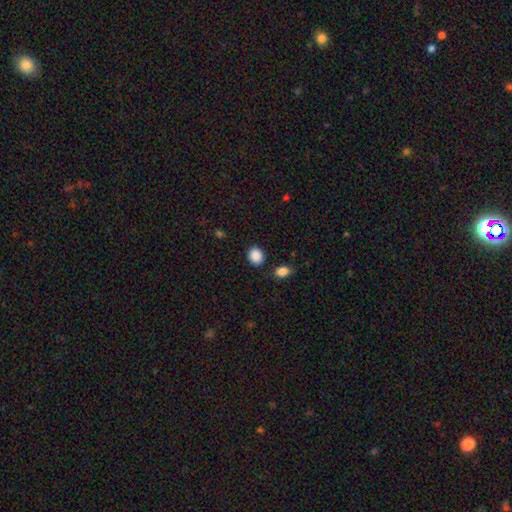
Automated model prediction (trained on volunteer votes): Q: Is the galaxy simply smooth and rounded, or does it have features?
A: smooth — 89%.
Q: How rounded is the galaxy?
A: round — 57%.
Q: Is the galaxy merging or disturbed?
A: none — 84%.